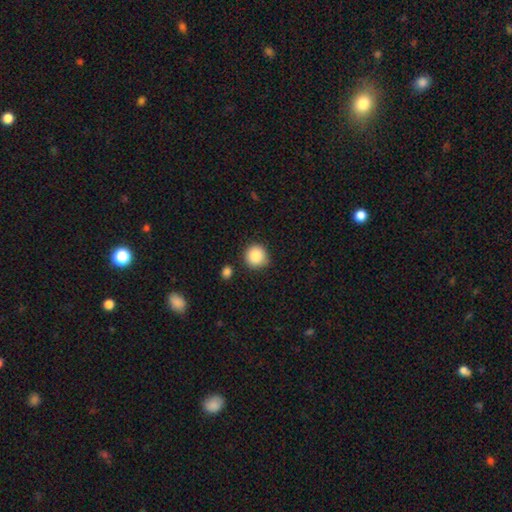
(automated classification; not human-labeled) The model was most divided on "merging": none: 84%, minor disturbance: 10%, merger: 4%, major disturbance: 2%. More confident: how rounded — round (93%); smooth or featured — smooth (87%).